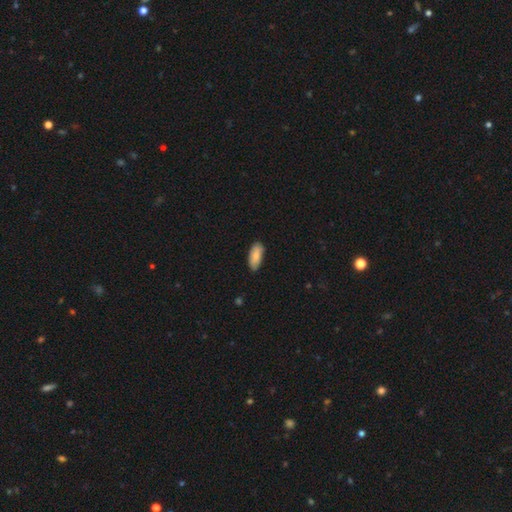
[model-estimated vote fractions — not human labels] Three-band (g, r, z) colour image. It shows a smooth galaxy with no disk features (81%) that is in between round and cigar-shaped (88%). Merging: none (81%).